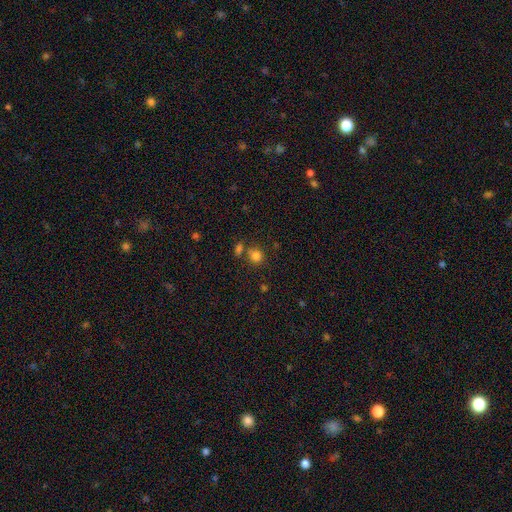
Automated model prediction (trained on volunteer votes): smooth_or_featured: smooth (p=0.80) [alt: star or artifact p=0.14]
how_rounded: round (p=0.79) [alt: in between p=0.20]
merging: none (p=0.66) [alt: merger p=0.20]